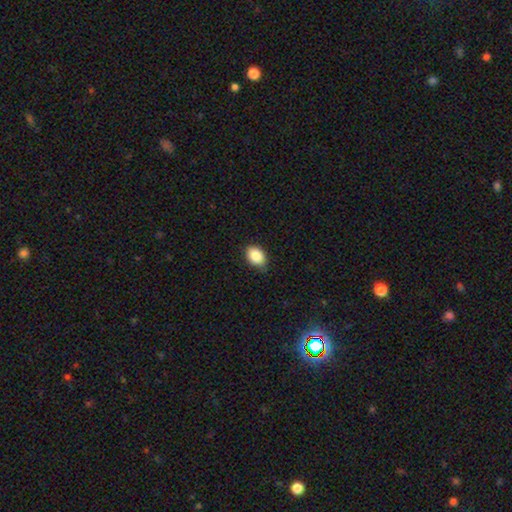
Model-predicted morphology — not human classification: smooth_or_featured: smooth (p=0.87) [alt: star or artifact p=0.08]
how_rounded: in between (p=0.82) [alt: round p=0.17]
merging: none (p=0.78) [alt: minor disturbance p=0.18]